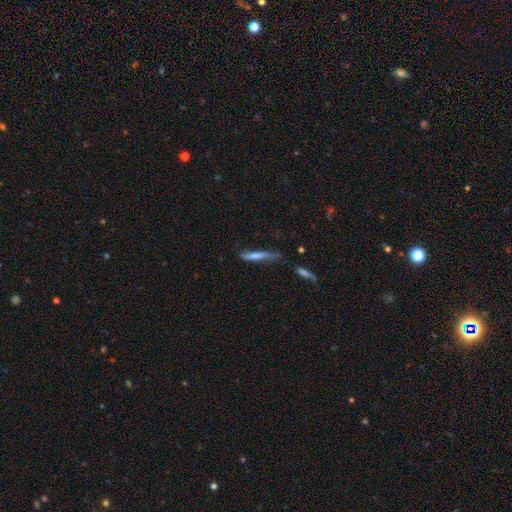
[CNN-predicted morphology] This appears to be a smooth galaxy with no disk features (65%) that is cigar-shaped (91%). Merging: none (48%).